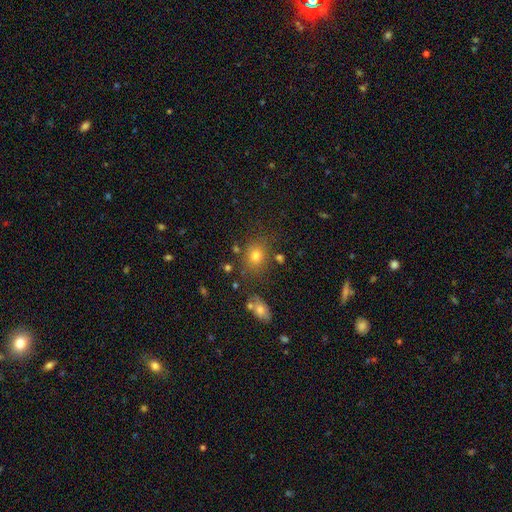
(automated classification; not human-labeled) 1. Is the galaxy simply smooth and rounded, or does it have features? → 73% smooth, 17% star or artifact, 10% featured or disk.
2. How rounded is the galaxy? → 56% round, 43% in between, 1% cigar-shaped.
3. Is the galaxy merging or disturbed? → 76% none, 13% minor disturbance, 7% merger, 5% major disturbance.